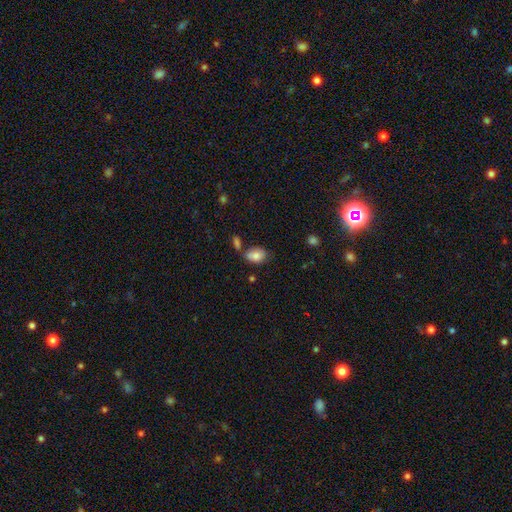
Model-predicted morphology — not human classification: type=smooth (82%); roundness=in between (83%); merging=none (56%).